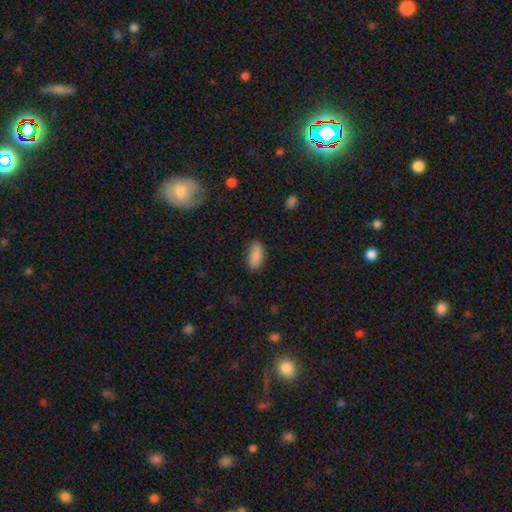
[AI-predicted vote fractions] Smooth or featured? Predicted: smooth (p=0.88). How rounded? Predicted: in between (p=0.87). Merging? Predicted: none (p=0.83).